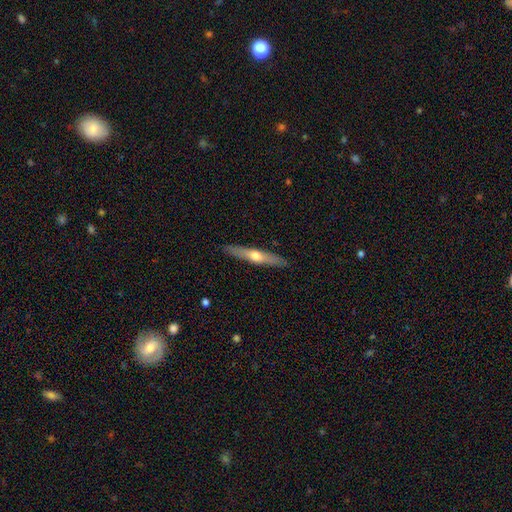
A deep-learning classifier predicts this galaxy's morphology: A featured or disk galaxy (54%) viewed edge-on (93%) with a rounded central bulge (89%). Merging: none (90%).